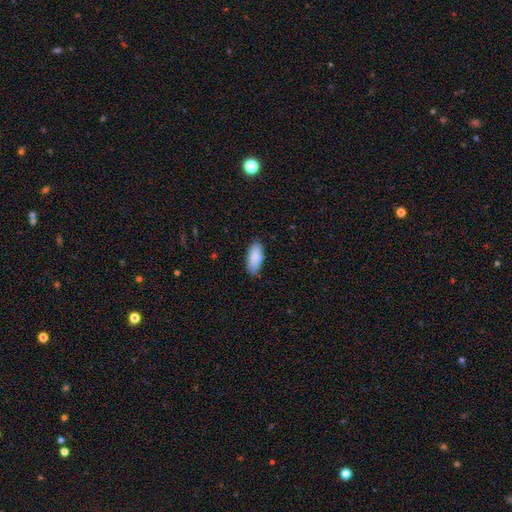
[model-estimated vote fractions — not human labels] Smooth or featured? smooth (88%)
How rounded? in between (85%)
Merging? none (83%)